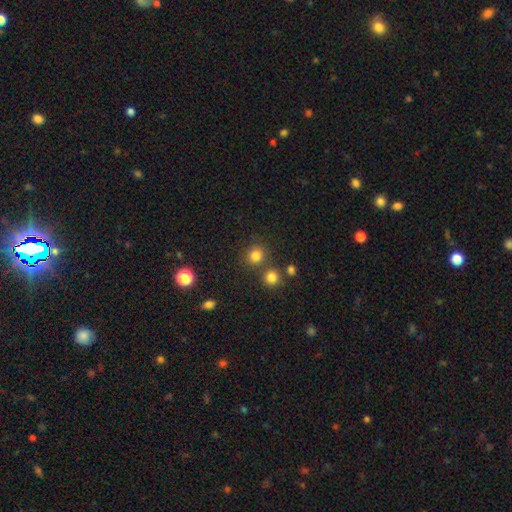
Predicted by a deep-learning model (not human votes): A smooth galaxy with no disk features (80%) that is round (88%).

Vote fractions:
- Smooth or featured? smooth: 80% / star or artifact: 15% / featured or disk: 5%
- How rounded? round: 88% / in between: 11% / cigar-shaped: 1%
- Merging? none: 75% / merger: 13% / minor disturbance: 8% / major disturbance: 3%